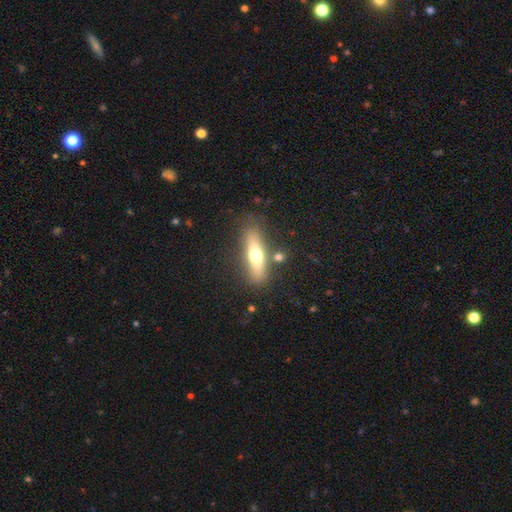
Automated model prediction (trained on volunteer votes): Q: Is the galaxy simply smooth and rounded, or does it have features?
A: smooth — 53%.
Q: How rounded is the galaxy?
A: cigar-shaped — 65%.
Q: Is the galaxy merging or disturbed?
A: none — 77%.